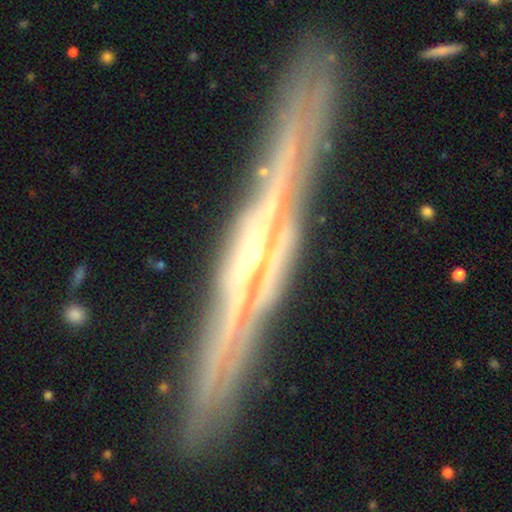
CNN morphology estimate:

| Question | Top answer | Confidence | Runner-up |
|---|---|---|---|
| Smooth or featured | featured or disk | 85% | smooth (8%) |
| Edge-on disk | yes | 96% | no (4%) |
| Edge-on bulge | rounded | 66% | none (23%) |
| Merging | none | 89% | minor disturbance (8%) |